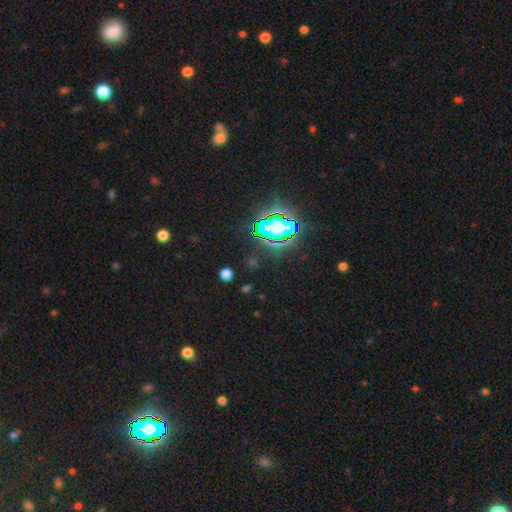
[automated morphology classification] A star or artifact, not a galaxy (82%).